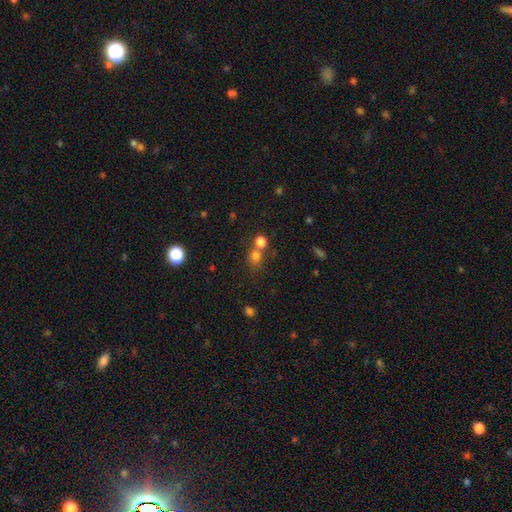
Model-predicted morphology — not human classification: The model was most divided on "merging": none: 53%, merger: 33%, minor disturbance: 9%, major disturbance: 4%. More confident: how rounded — round (78%); smooth or featured — smooth (74%).